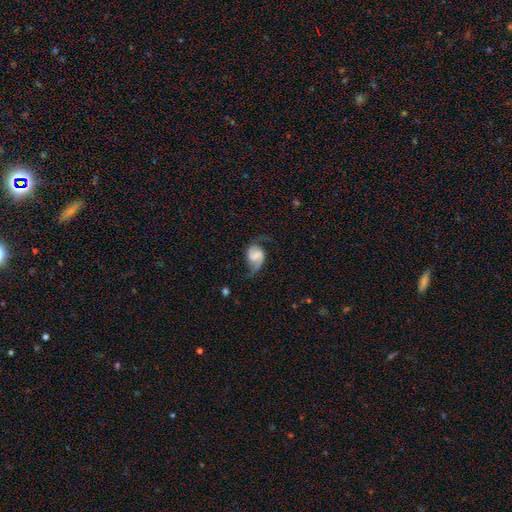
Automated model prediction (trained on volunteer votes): Morphology: type=featured or disk (74%); edge-on=no (98%); bar=weak (46%); spiral arms=yes (94%); winding=loose (47%); arm count=2 (88%); bulge=none (44%); merging=none (60%).